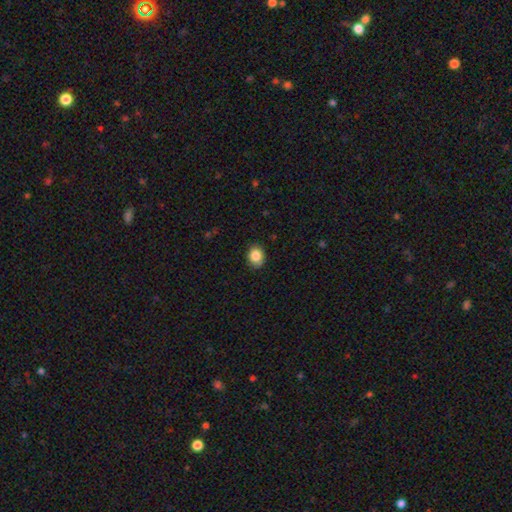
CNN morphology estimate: smooth 85%, star or artifact 9%, featured or disk 6%. Down the decision tree: how rounded — round (51%); merging — none (84%).